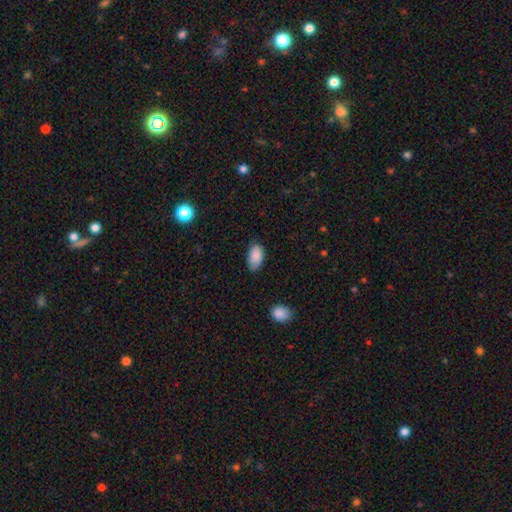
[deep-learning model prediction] Smooth or featured? Predicted: smooth (p=0.88). How rounded? Predicted: in between (p=0.94). Merging? Predicted: none (p=0.75).